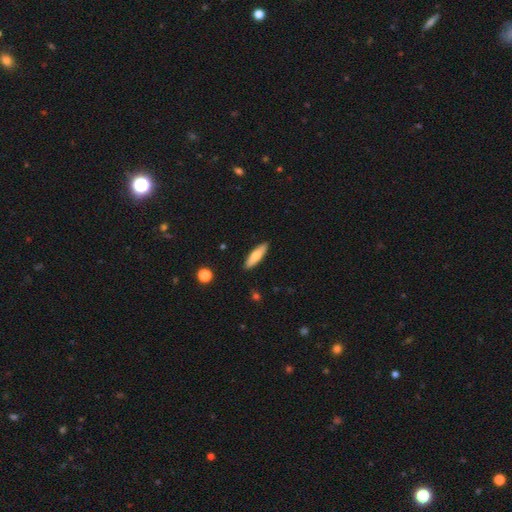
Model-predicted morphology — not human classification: type=smooth (73%); roundness=cigar-shaped (64%); merging=none (89%).